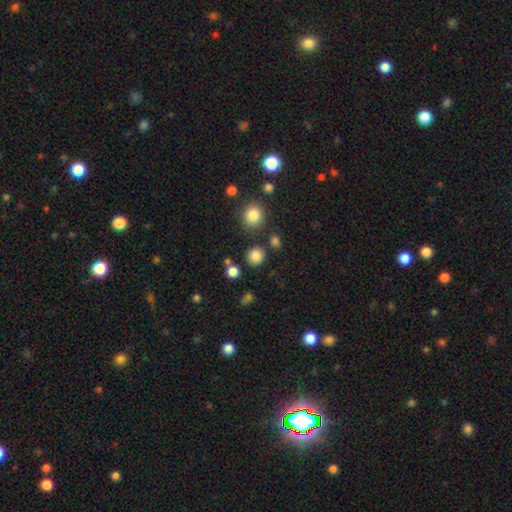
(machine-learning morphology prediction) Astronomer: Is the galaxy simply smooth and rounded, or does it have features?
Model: smooth — 83%.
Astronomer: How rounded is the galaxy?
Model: round — 88%.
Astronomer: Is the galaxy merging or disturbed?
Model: none — 82%.